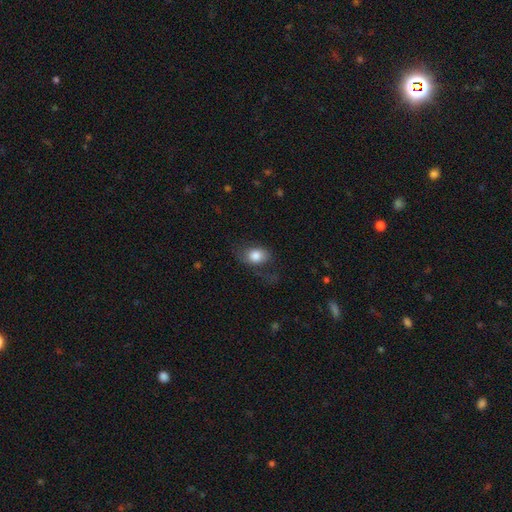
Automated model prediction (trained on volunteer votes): The model was most divided on "merging": none: 51%, minor disturbance: 25%, major disturbance: 22%, merger: 2%. More confident: smooth or featured — smooth (79%); how rounded — in between (70%).